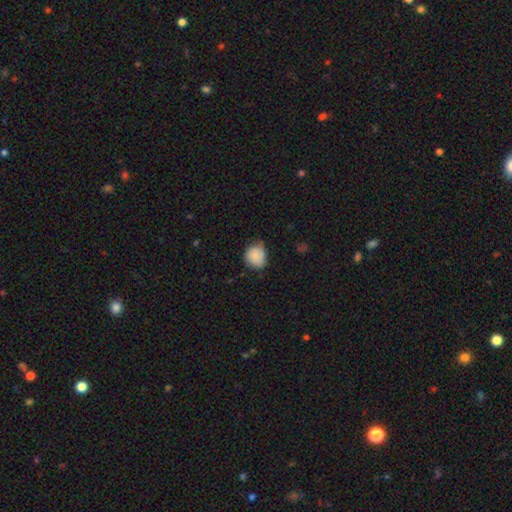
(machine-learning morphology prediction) smooth_or_featured: smooth (p=0.79) [alt: featured or disk p=0.13]
how_rounded: round (p=0.70) [alt: in between p=0.29]
merging: none (p=0.52) [alt: minor disturbance p=0.39]